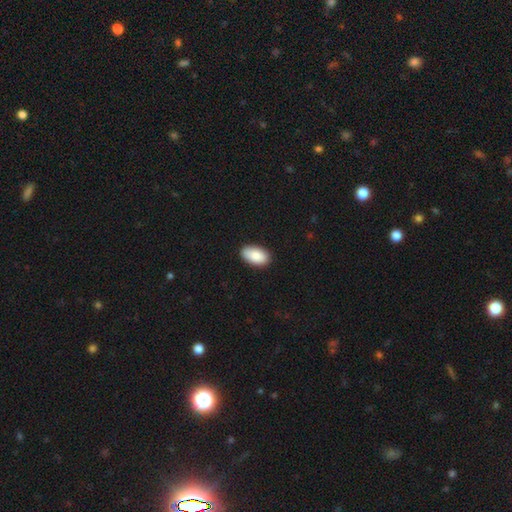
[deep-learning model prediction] A smooth galaxy with no disk features (88%) that is in between round and cigar-shaped (95%).

Vote fractions:
- Smooth or featured? smooth: 88% / star or artifact: 6% / featured or disk: 6%
- How rounded? in between: 95% / round: 4% / cigar-shaped: 2%
- Merging? none: 87% / minor disturbance: 10% / major disturbance: 2% / merger: 1%